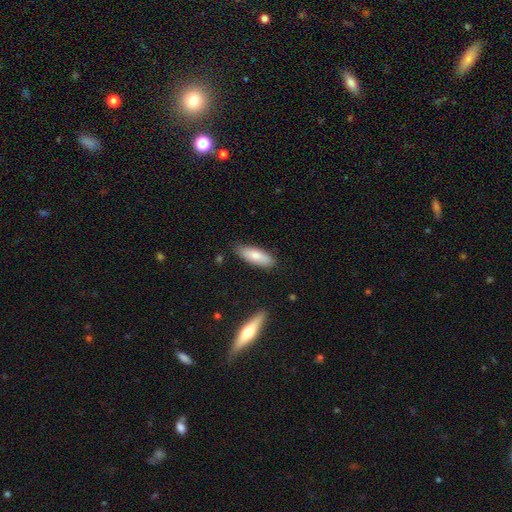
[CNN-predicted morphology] Smooth or featured? Predicted: smooth (p=0.79). How rounded? Predicted: in between (p=0.64). Merging? Predicted: none (p=0.83).